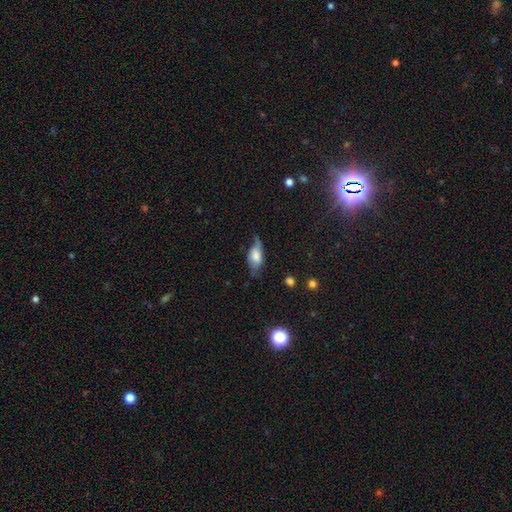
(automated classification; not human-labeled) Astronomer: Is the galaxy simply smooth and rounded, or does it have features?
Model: smooth — 56% (runner-up: featured or disk, 36%).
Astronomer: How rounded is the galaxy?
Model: in between — 81%.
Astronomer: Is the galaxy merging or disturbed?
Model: none — 49% (runner-up: minor disturbance, 34%).